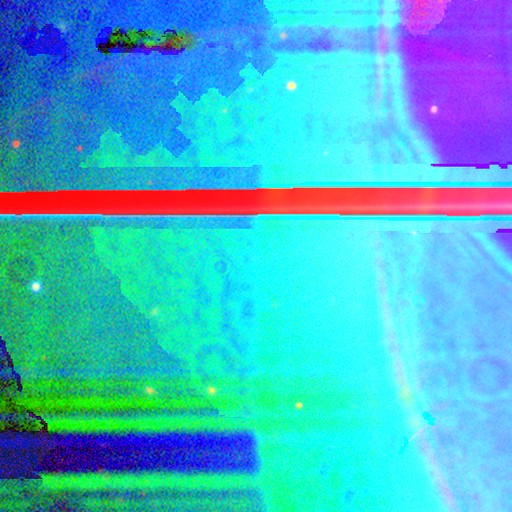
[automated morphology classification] Q: Smooth or featured?
A: star or artifact (86%); runner-up: featured or disk (8%)